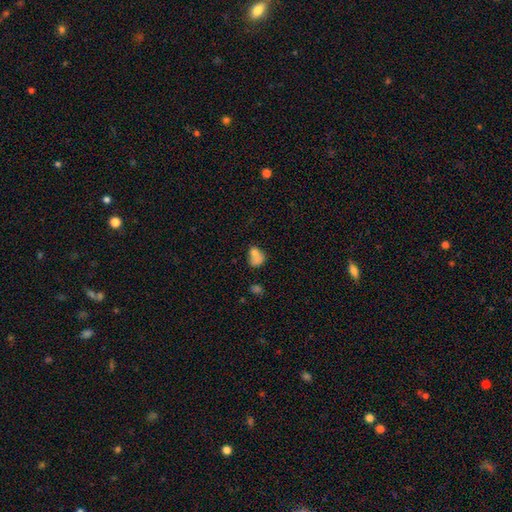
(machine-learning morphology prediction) Smooth or featured?
  - smooth: 74% *
  - featured or disk: 15%
  - star or artifact: 12%
How rounded?
  - in between: 55% *
  - round: 43%
  - cigar-shaped: 1%
Merging?
  - merger: 43% *
  - none: 31%
  - minor disturbance: 16%
  - major disturbance: 10%